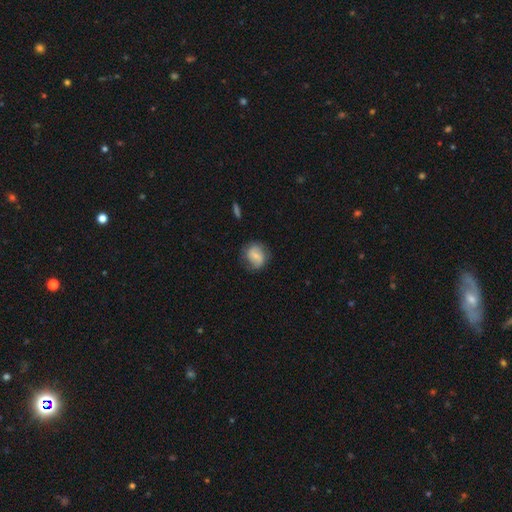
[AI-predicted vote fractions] Smooth or featured: smooth — 56% (featured or disk — 36%)
How rounded: round — 66% (in between — 33%)
Merging: none — 69% (minor disturbance — 22%)